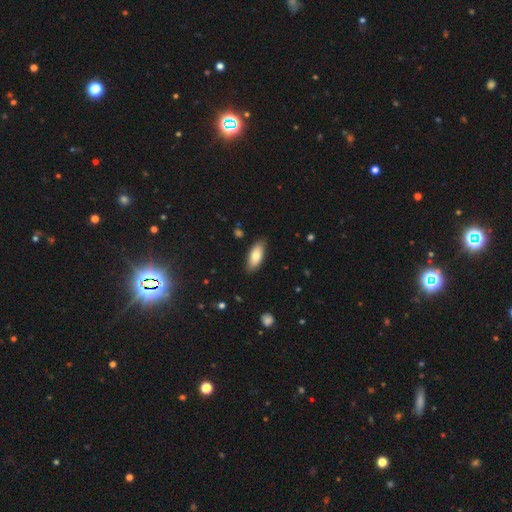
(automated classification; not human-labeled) Smooth or featured?
  - smooth: 77% *
  - featured or disk: 16%
  - star or artifact: 6%
How rounded?
  - in between: 85% *
  - cigar-shaped: 13%
  - round: 2%
Merging?
  - none: 84% *
  - minor disturbance: 12%
  - major disturbance: 2%
  - merger: 1%